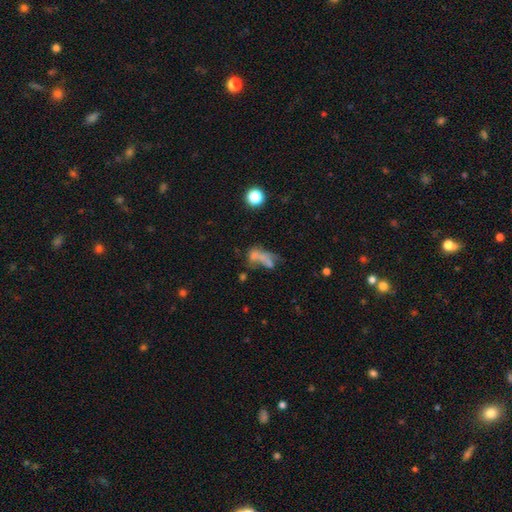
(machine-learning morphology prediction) A smooth galaxy with no disk features (43%). Merging: merger (34%).